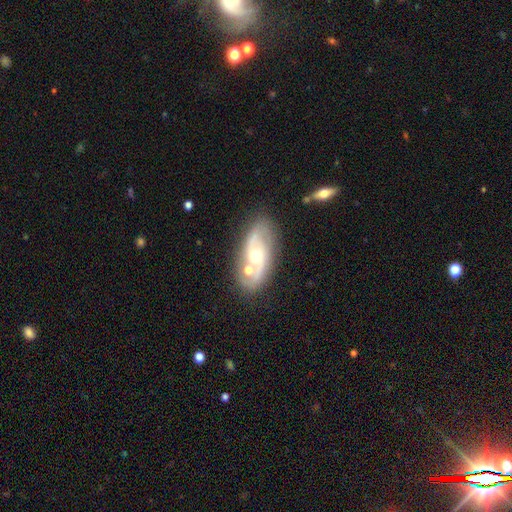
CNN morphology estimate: Smooth or featured?
  - featured or disk: 76% *
  - smooth: 17%
  - star or artifact: 6%
Edge-on disk?
  - no: 93% *
  - yes: 7%
Bar?
  - no: 63% *
  - weak: 28%
  - strong: 9%
Spiral arms?
  - yes: 82% *
  - no: 18%
Spiral winding?
  - medium: 44% *
  - loose: 34%
  - tight: 22%
Spiral arm count?
  - 2: 84% *
  - can't tell: 9%
  - 1: 3%
  - 3: 2%
  - 4: 1%
  - more than 4: 1%
Bulge size?
  - moderate: 70% *
  - small: 23%
  - large: 5%
  - none: 1%
  - dominant: 1%
Merging?
  - none: 62% *
  - merger: 17%
  - minor disturbance: 15%
  - major disturbance: 6%